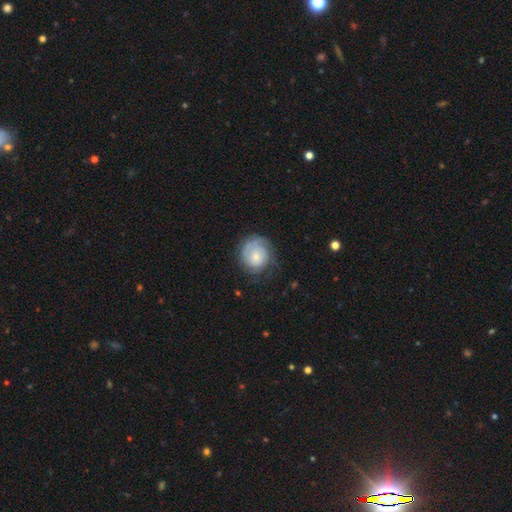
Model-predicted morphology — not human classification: A smooth galaxy with no disk features (52%) that is round (82%). Merging: none (62%).